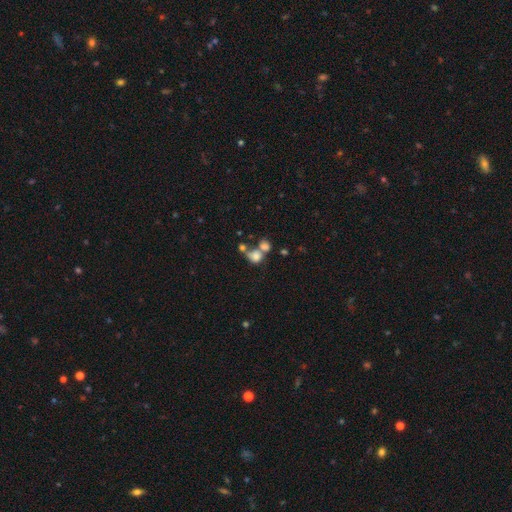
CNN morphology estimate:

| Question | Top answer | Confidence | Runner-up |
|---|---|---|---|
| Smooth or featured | smooth | 73% | featured or disk (15%) |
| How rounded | round | 69% | in between (29%) |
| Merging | merger | 54% | none (28%) |